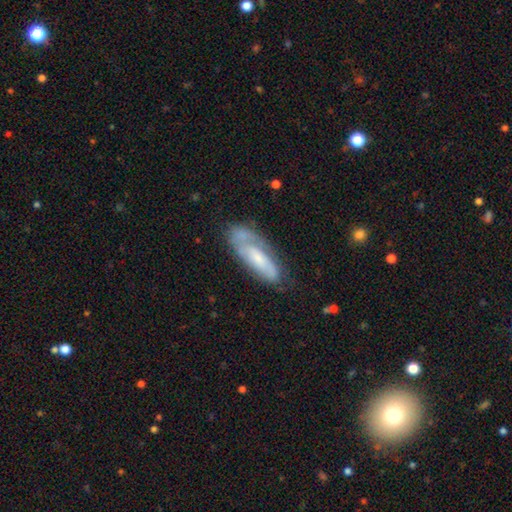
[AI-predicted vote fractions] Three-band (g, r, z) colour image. It shows a featured or disk galaxy (57%). Merging: none (62%).